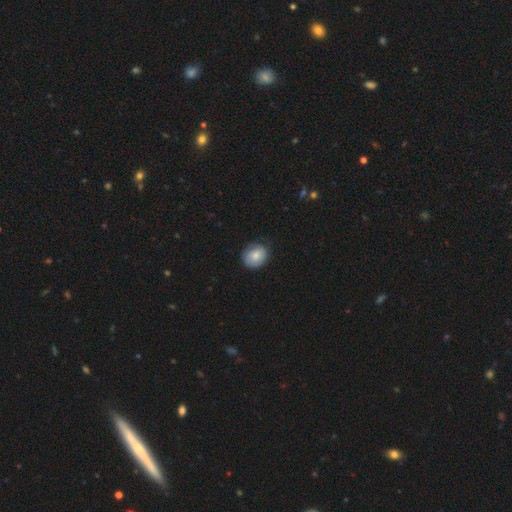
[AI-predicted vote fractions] Smooth or featured: smooth — 76% (featured or disk — 17%)
How rounded: round — 63% (in between — 37%)
Merging: none — 79% (minor disturbance — 17%)